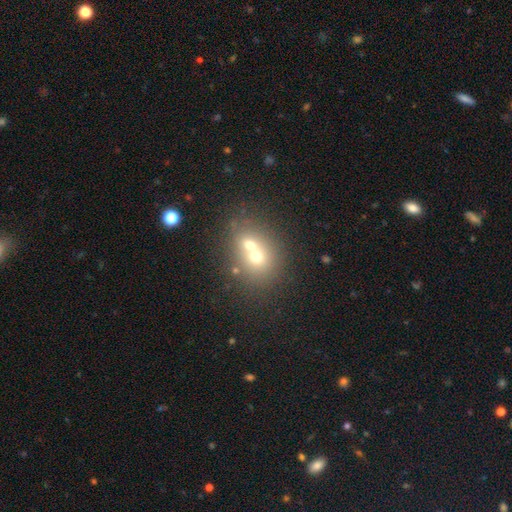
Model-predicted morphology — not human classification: Q: Smooth or featured?
A: smooth (60%); runner-up: featured or disk (25%)
Q: How rounded?
A: round (68%); runner-up: in between (31%)
Q: Merging?
A: merger (60%); runner-up: none (31%)